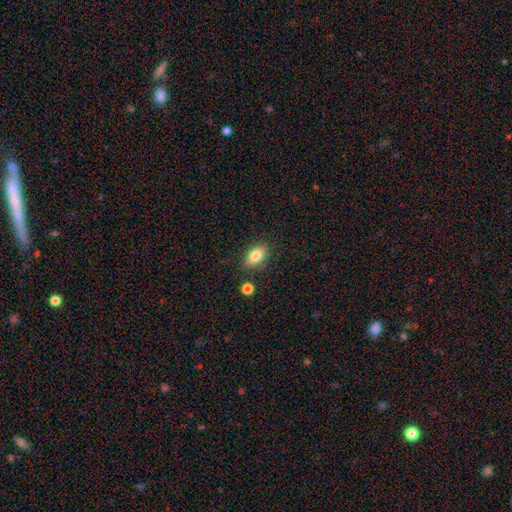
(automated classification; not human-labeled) Smooth or featured?
  - smooth: 81% *
  - featured or disk: 11%
  - star or artifact: 8%
How rounded?
  - in between: 87% *
  - round: 8%
  - cigar-shaped: 6%
Merging?
  - none: 81% *
  - minor disturbance: 12%
  - merger: 4%
  - major disturbance: 3%